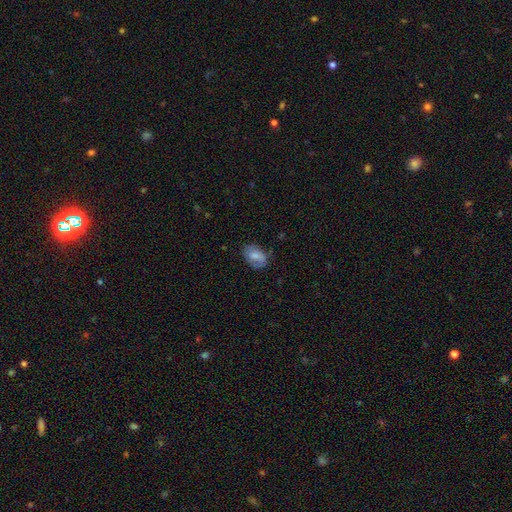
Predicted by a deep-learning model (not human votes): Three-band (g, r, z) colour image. It shows a smooth galaxy with no disk features (66%) that is in between round and cigar-shaped (84%). Merging: none (66%).